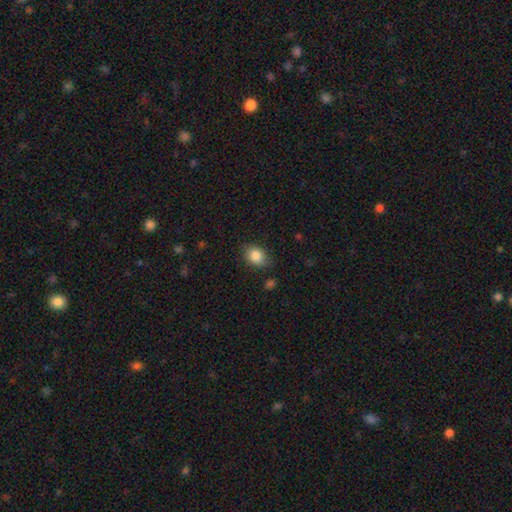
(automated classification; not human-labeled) Smooth or featured? Predicted: smooth (p=0.86). How rounded? Predicted: in between (p=0.61). Merging? Predicted: none (p=0.81).